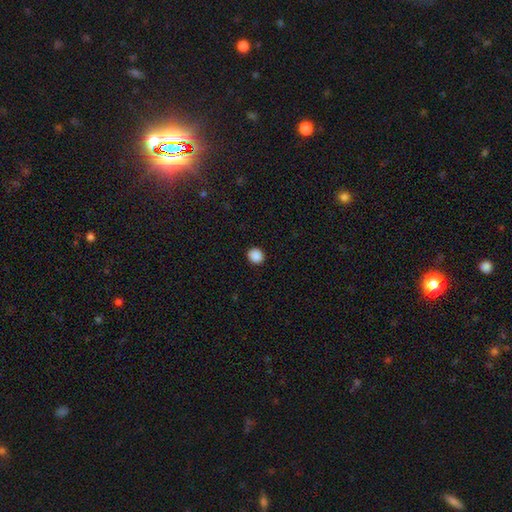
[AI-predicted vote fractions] Q: Smooth or featured?
A: smooth (88%); runner-up: star or artifact (9%)
Q: How rounded?
A: round (84%); runner-up: in between (15%)
Q: Merging?
A: none (91%); runner-up: minor disturbance (6%)